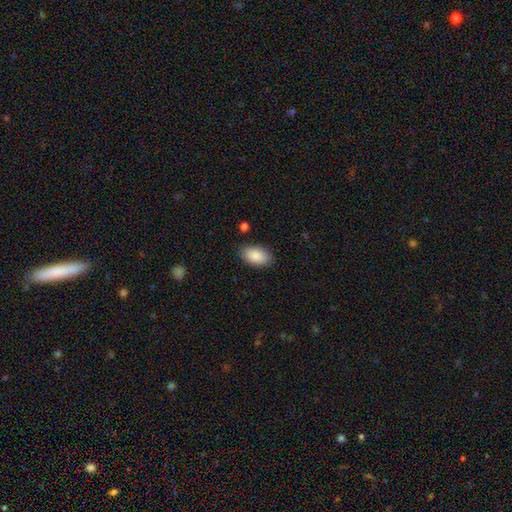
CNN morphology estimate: This is clearly a smooth galaxy (88%). How rounded: clearly in between (94%). Merging: clearly none (85%).